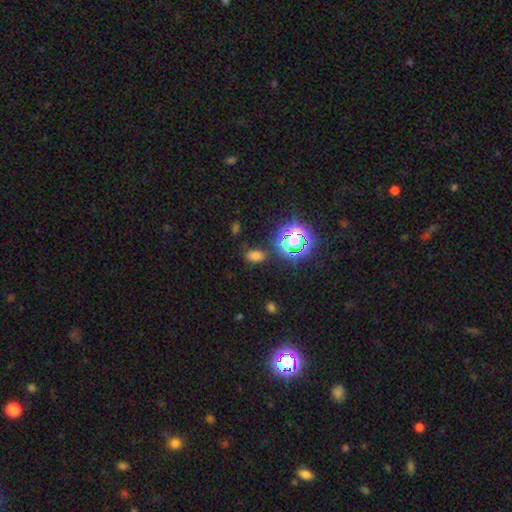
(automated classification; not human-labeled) This appears to be a smooth galaxy with no disk features (64%) that is in between round and cigar-shaped (85%). Merging: none (80%).